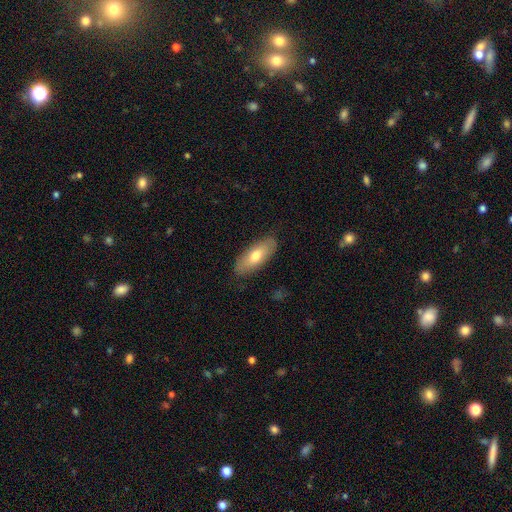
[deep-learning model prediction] smooth-or-featured: smooth: 70% | featured or disk: 24% | star or artifact: 6%
  how-rounded: in between: 78% | cigar-shaped: 20% | round: 2%
  merging: none: 86% | minor disturbance: 11% | major disturbance: 2% | merger: 1%